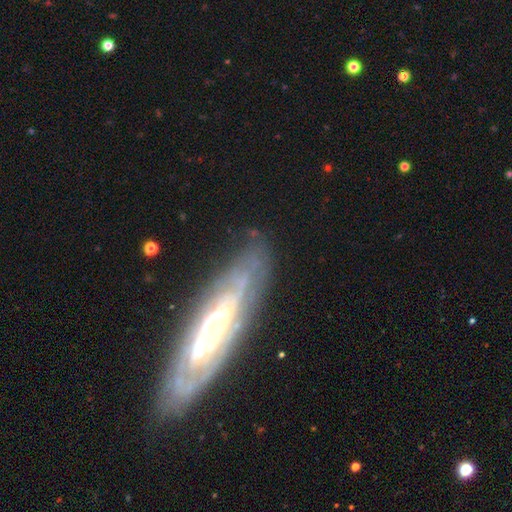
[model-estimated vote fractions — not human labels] This is likely a featured or disk galaxy (79%). It is likely not viewed edge-on (68%). Bar: possibly no (58%). Spiral arm pattern: clearly yes (81%). Central bulge: possibly small (46%). Merging: likely none (79%).